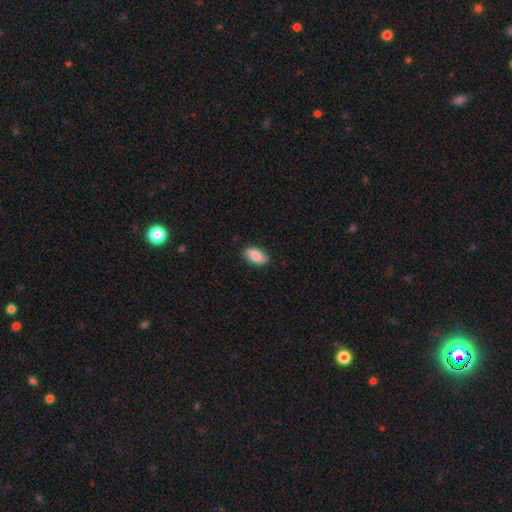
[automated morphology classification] The model was most divided on "smooth or featured": smooth: 77%, featured or disk: 16%, star or artifact: 6%. More confident: how rounded — in between (92%); merging — none (85%).